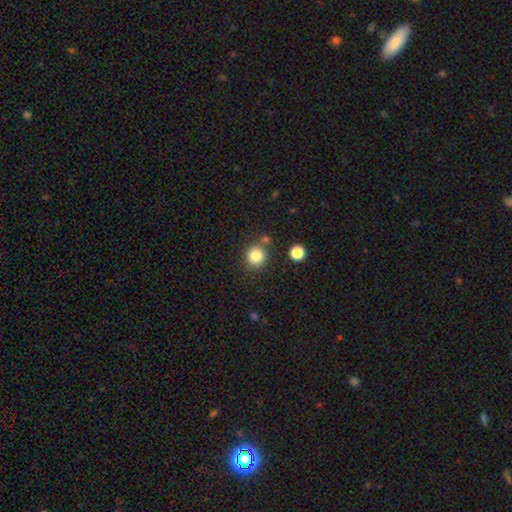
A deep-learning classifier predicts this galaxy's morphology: A smooth galaxy with no disk features (84%) that is round (91%).

Vote fractions:
- Smooth or featured? smooth: 84% / star or artifact: 11% / featured or disk: 5%
- How rounded? round: 91% / in between: 8% / cigar-shaped: 1%
- Merging? none: 79% / minor disturbance: 9% / merger: 9% / major disturbance: 3%